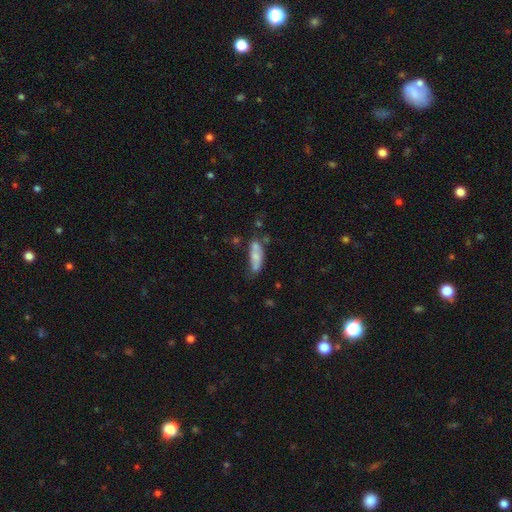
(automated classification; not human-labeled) The model was most divided on "merging": none: 43%, minor disturbance: 26%, merger: 21%, major disturbance: 11%. More confident: smooth or featured — smooth (66%); how rounded — in between (61%).